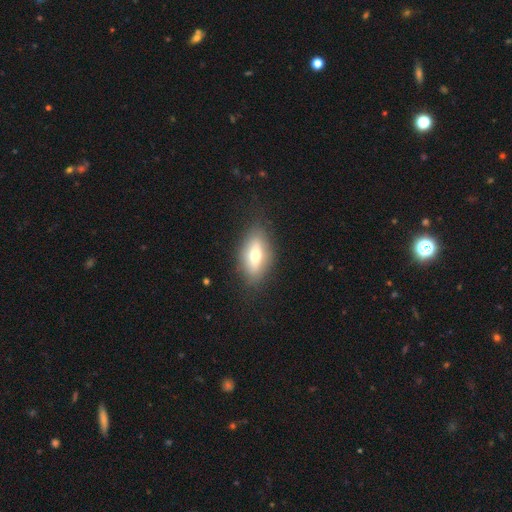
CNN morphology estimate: This is likely a smooth galaxy (62%). How rounded: clearly in between (84%). Merging: clearly none (81%).